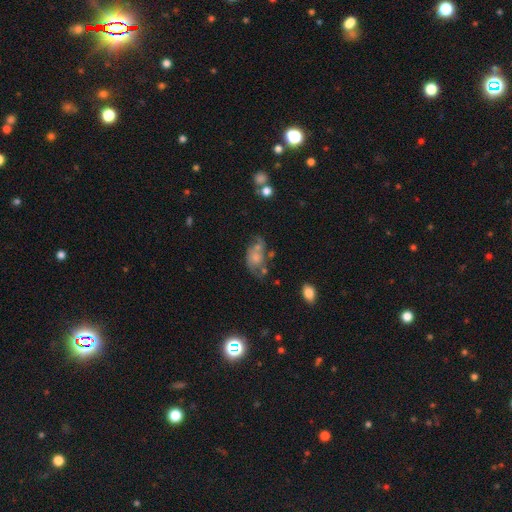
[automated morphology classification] This appears to be a featured or disk galaxy (50%). Merging: none (35%).